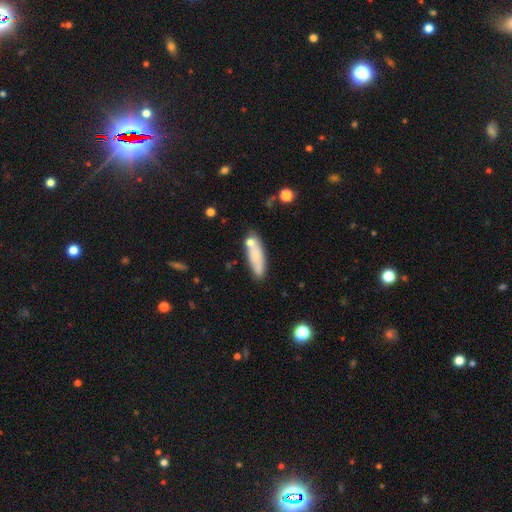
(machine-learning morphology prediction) Smooth or featured?
  - smooth: 73% *
  - featured or disk: 20%
  - star or artifact: 7%
How rounded?
  - cigar-shaped: 54% *
  - in between: 44%
  - round: 2%
Merging?
  - none: 68% *
  - minor disturbance: 17%
  - merger: 11%
  - major disturbance: 4%